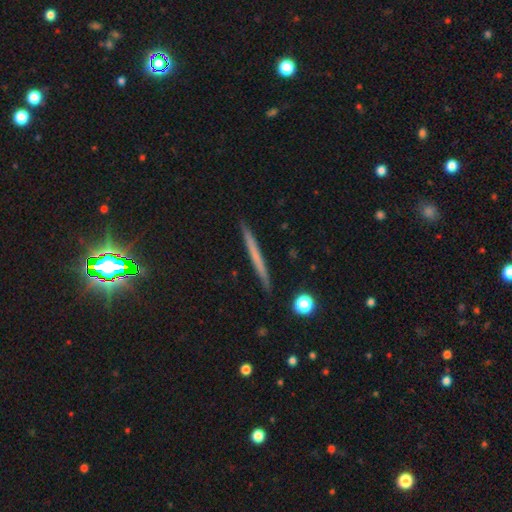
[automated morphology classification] smooth 51%, featured or disk 40%, star or artifact 9%. Down the decision tree: how rounded — cigar-shaped (96%); merging — none (92%).